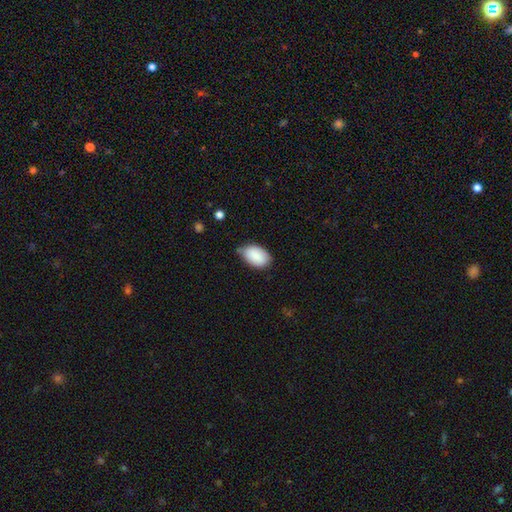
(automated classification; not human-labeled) Smooth or featured? Predicted: smooth (p=0.87). How rounded? Predicted: in between (p=0.92). Merging? Predicted: none (p=0.62).